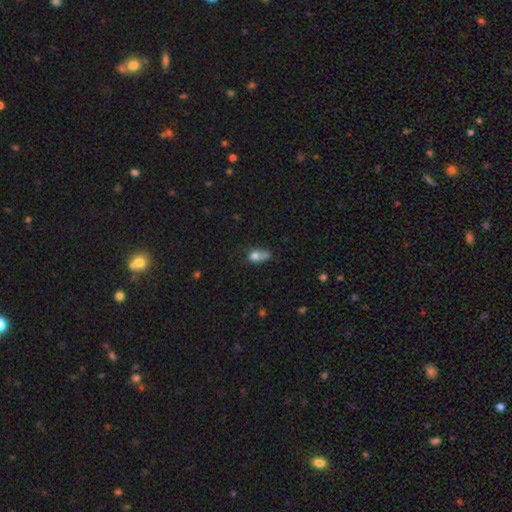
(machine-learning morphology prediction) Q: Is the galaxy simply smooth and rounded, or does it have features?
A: smooth — 75%.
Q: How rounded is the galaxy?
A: in between — 68%.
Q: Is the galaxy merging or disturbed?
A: minor disturbance — 31%.